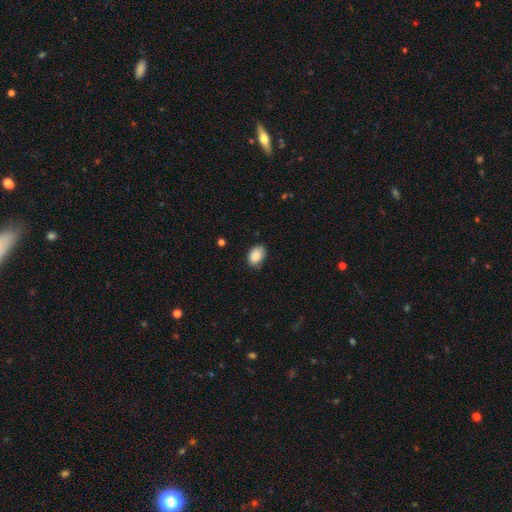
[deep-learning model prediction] Morphology: type=smooth (88%); roundness=in between (82%); merging=none (73%).